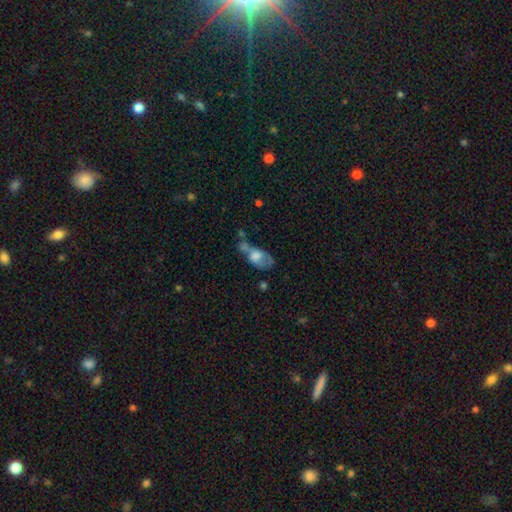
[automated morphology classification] smooth_or_featured: smooth (p=0.59) [alt: featured or disk p=0.32]
how_rounded: in between (p=0.84) [alt: round p=0.11]
merging: merger (p=0.35) [alt: major disturbance p=0.28]